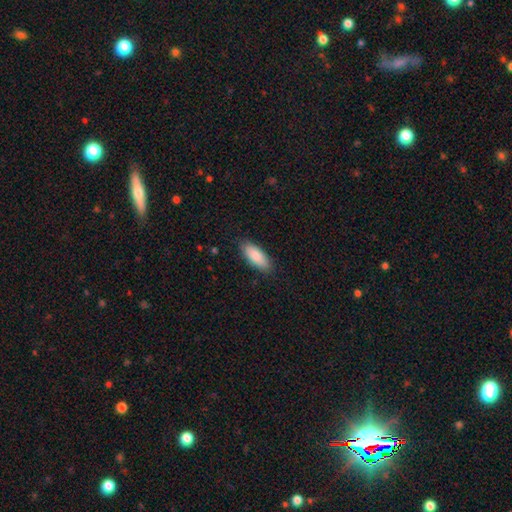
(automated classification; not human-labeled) Smooth or featured? Predicted: smooth (p=0.88). How rounded? Predicted: in between (p=0.80). Merging? Predicted: none (p=0.86).